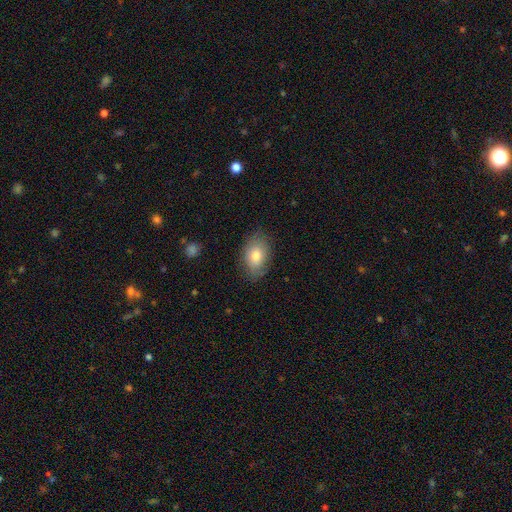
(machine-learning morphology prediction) Smooth or featured? smooth (77%)
How rounded? in between (86%)
Merging? none (79%)